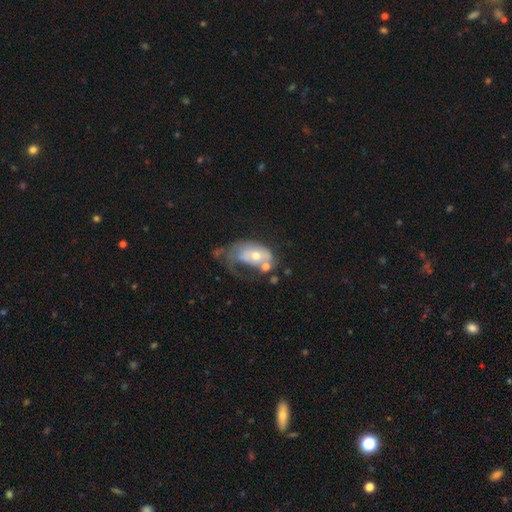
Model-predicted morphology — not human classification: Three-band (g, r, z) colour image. It shows a featured or disk galaxy (55%) with no bar (78%), no spiral arms (56%) and a moderate central bulge (61%). Merging: major disturbance (46%).